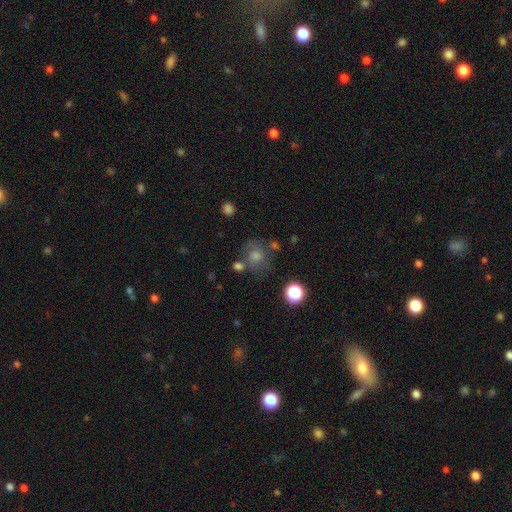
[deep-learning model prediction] A smooth galaxy with no disk features (57%) that is round (78%). Merging: none (63%).